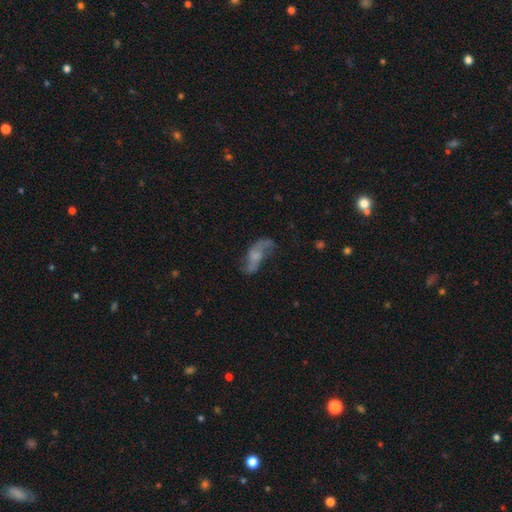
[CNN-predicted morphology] This appears to be a featured or disk galaxy (62%) with no bar (63%), spiral arms (76%) and no central bulge (33%). Merging: none (47%).